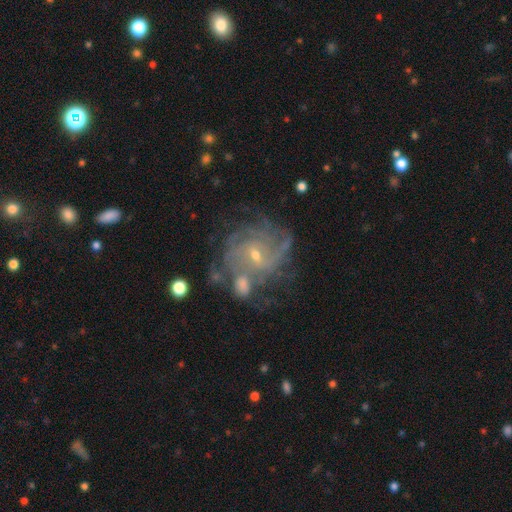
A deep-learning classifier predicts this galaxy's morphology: Overall: featured or disk (85%). Edge-on disk: no (97%). Bar: no (47%; weak 43%). Spiral arms: yes (94%). Spiral arm count: can't tell (36%; 4 19%). Spiral winding: tight (57%; medium 33%). Bulge size: small (70%). Merging: none (52%; minor disturbance 18%).